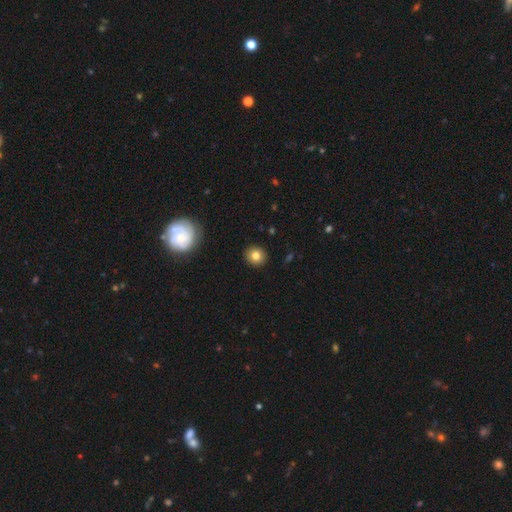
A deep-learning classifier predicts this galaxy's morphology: Smooth or featured: smooth — 81% (star or artifact — 11%)
How rounded: round — 88% (in between — 11%)
Merging: none — 91% (minor disturbance — 6%)